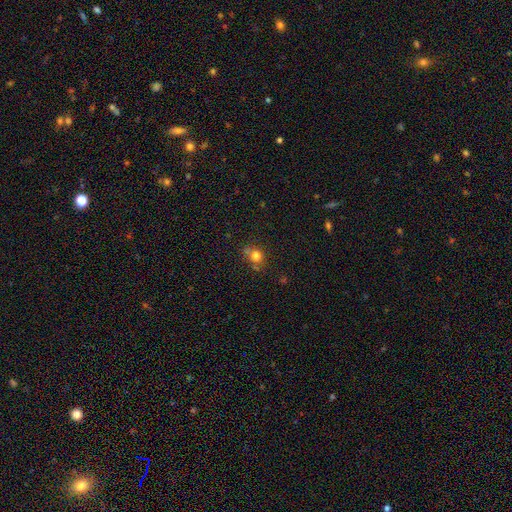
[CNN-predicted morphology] The model was most divided on "merging": none: 62%, minor disturbance: 19%, merger: 14%, major disturbance: 6%. More confident: smooth or featured — smooth (77%); how rounded — round (76%).